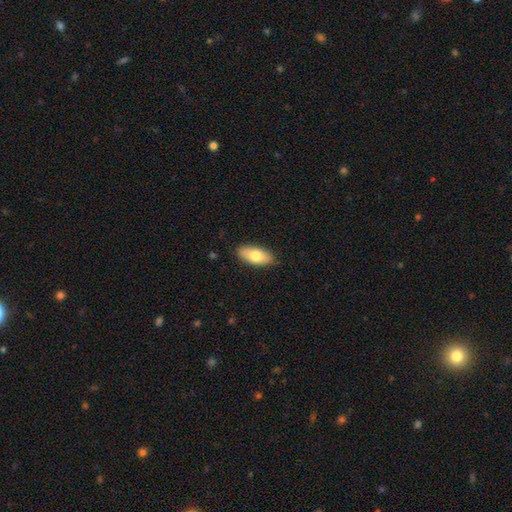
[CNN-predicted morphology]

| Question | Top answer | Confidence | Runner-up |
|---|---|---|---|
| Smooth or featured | smooth | 75% | featured or disk (19%) |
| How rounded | in between | 87% | cigar-shaped (10%) |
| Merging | none | 87% | minor disturbance (11%) |